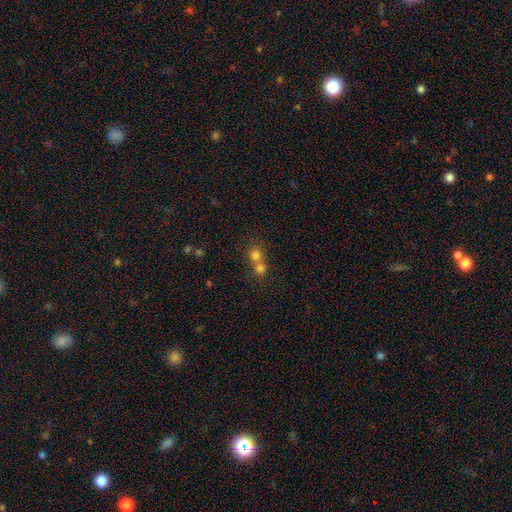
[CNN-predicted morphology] Overall: smooth (75%). How rounded: round (85%). Merging: merger (60%; none 34%).